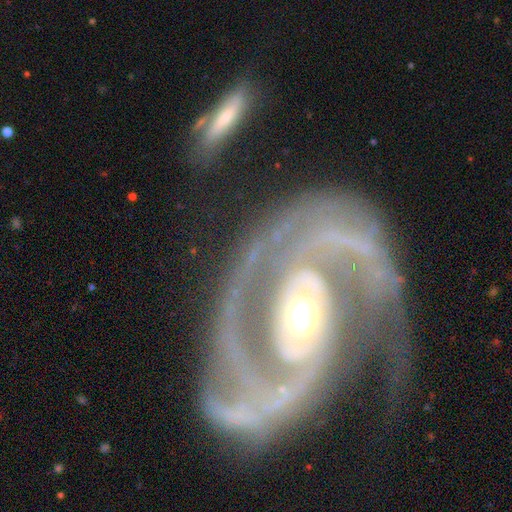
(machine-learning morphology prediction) smooth-or-featured: featured or disk: 92% | smooth: 4% | star or artifact: 4%
  disk-edge-on: no: 97% | yes: 3%
    bar: no: 54% | weak: 25% | strong: 21%
    has-spiral-arms: yes: 95% | no: 5%
      spiral-winding: medium: 43% | tight: 40% | loose: 17%
      spiral-arm-count: 2: 74% | 3: 7% | can't tell: 6% | 1: 5% | 4: 4% | more than 4: 4%
    bulge-size: moderate: 72% | small: 15% | large: 9% | dominant: 2% | none: 1%
  merging: none: 51% | major disturbance: 21% | minor disturbance: 20% | merger: 8%